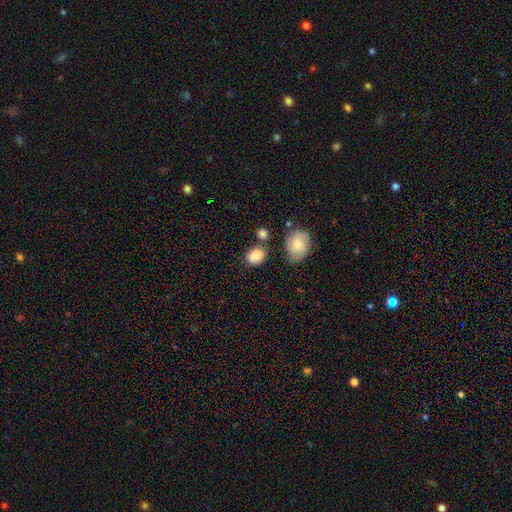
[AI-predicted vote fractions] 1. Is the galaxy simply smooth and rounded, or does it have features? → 85% smooth, 8% star or artifact, 6% featured or disk.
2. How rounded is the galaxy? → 69% in between, 29% round, 1% cigar-shaped.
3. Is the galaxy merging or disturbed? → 62% none, 20% minor disturbance, 12% merger, 6% major disturbance.